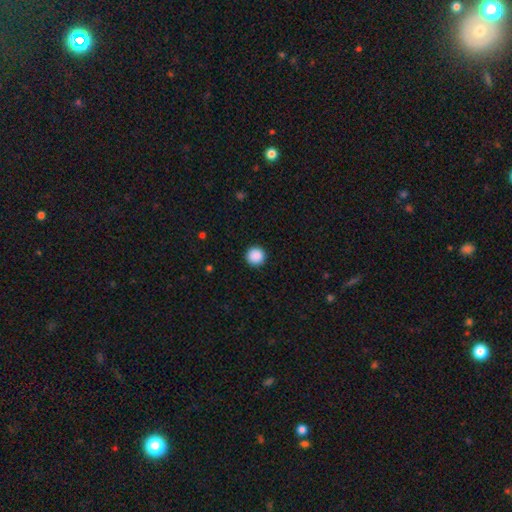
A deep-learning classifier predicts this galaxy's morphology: Overall: smooth (89%). How rounded: round (96%). Merging: none (93%).